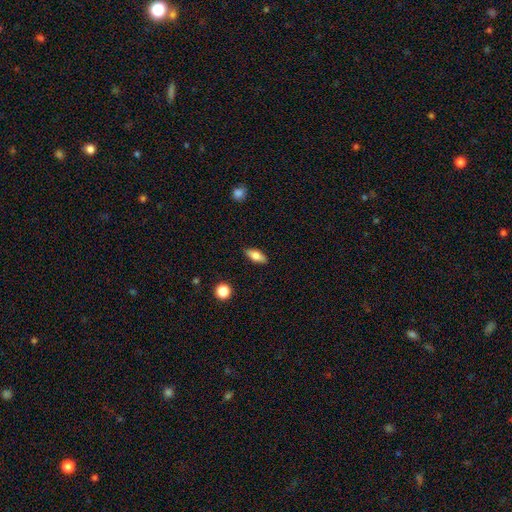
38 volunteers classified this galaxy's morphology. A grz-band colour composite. It shows a smooth galaxy with no disk features (71%) that is in between round and cigar-shaped (89%). Merging: none (89%).